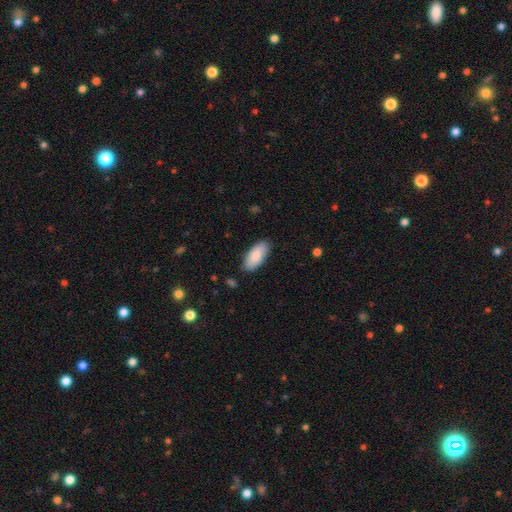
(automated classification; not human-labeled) A smooth galaxy with no disk features (85%) that is in between round and cigar-shaped (91%).

Vote fractions:
- Smooth or featured? smooth: 85% / featured or disk: 10% / star or artifact: 6%
- How rounded? in between: 91% / cigar-shaped: 7% / round: 2%
- Merging? none: 85% / minor disturbance: 11% / major disturbance: 2% / merger: 1%